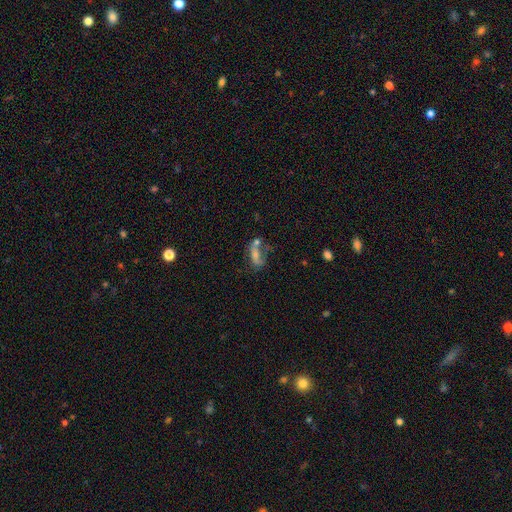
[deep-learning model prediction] smooth-or-featured: smooth: 44% | featured or disk: 40% | star or artifact: 16%
  merging: merger: 29% (tied) | none: 29% (tied) | major disturbance: 24% | minor disturbance: 17%